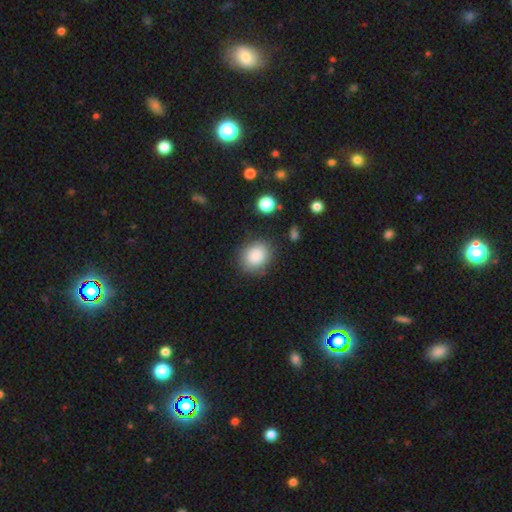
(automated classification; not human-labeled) Morphology: type=smooth (87%); roundness=round (55%); merging=none (82%).